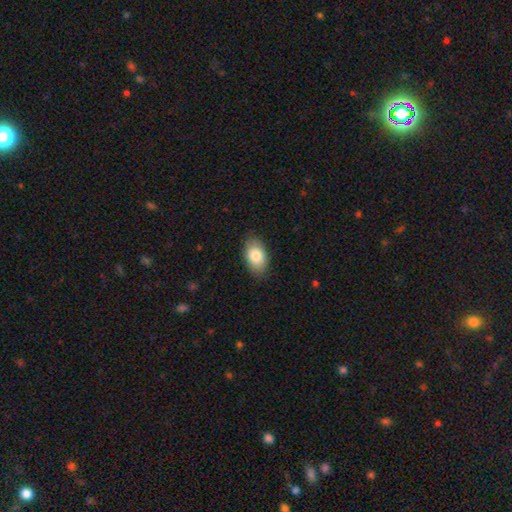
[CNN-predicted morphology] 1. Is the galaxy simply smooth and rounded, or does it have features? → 82% smooth, 11% featured or disk, 7% star or artifact.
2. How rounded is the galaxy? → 91% in between, 8% round, 1% cigar-shaped.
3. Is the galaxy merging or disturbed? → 85% none, 12% minor disturbance, 2% major disturbance, 1% merger.